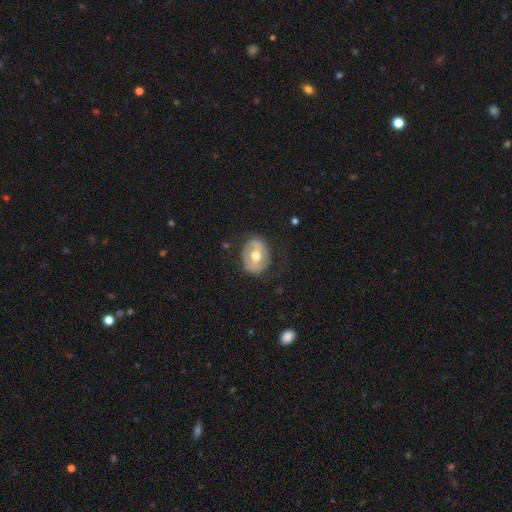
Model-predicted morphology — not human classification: type=featured or disk (54%); edge-on=no (94%); bar=no (45%); spiral arms=no (67%); bulge=moderate (78%); merging=none (71%).